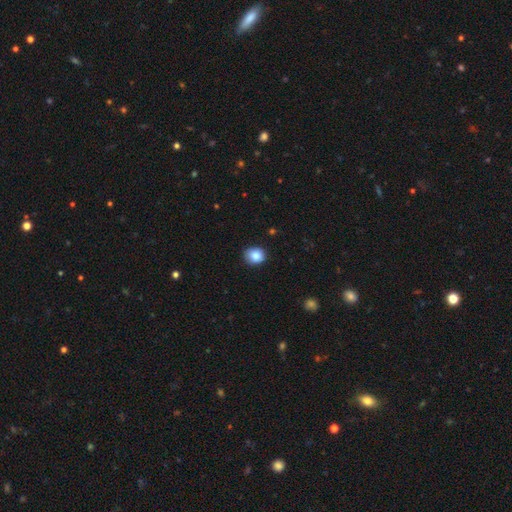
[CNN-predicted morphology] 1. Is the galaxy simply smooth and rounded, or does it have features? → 85% smooth, 9% star or artifact, 5% featured or disk.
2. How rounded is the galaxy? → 73% round, 26% in between, 1% cigar-shaped.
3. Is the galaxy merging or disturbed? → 83% none, 13% minor disturbance, 2% major disturbance, 1% merger.